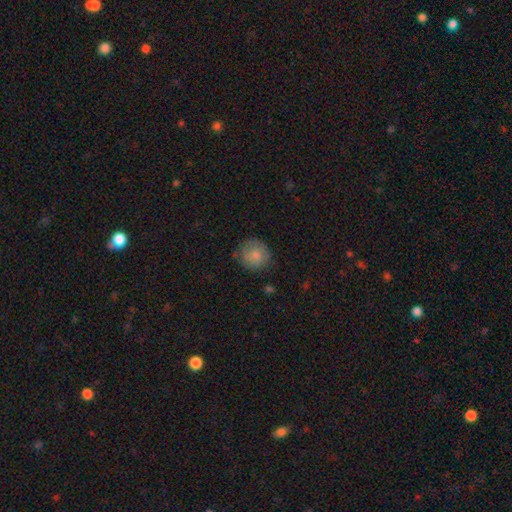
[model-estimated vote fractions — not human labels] This is clearly a smooth galaxy (81%). How rounded: clearly round (91%). Merging: likely none (78%).